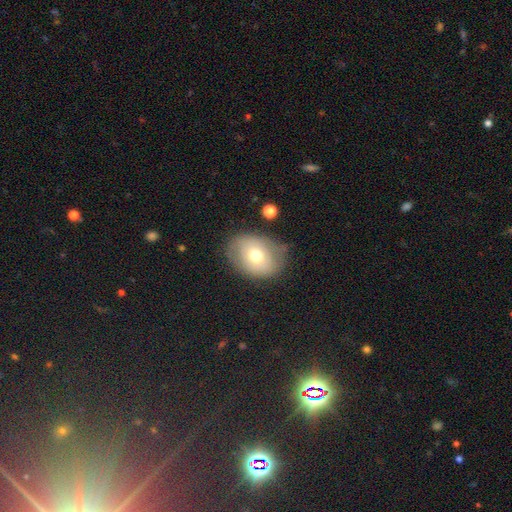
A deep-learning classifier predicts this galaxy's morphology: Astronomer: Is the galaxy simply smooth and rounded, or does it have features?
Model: smooth — 61%.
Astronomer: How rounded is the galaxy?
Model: in between — 65%.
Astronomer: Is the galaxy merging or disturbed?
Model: none — 69%.